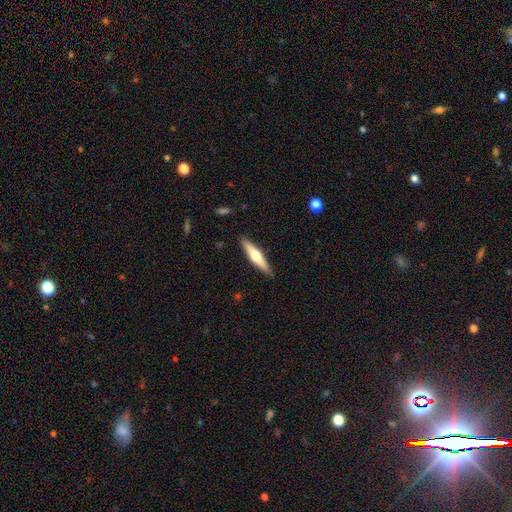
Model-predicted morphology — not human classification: This appears to be a featured or disk galaxy (55%) viewed edge-on (95%) with a rounded central bulge (92%). Merging: none (89%).